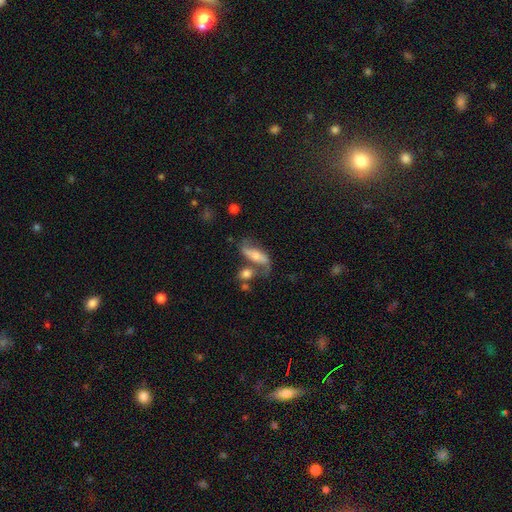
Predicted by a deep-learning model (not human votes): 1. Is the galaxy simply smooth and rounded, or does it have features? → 61% featured or disk, 31% smooth, 8% star or artifact.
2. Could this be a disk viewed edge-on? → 80% no, 20% yes.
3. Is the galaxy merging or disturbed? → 45% none, 21% merger, 20% minor disturbance, 14% major disturbance.